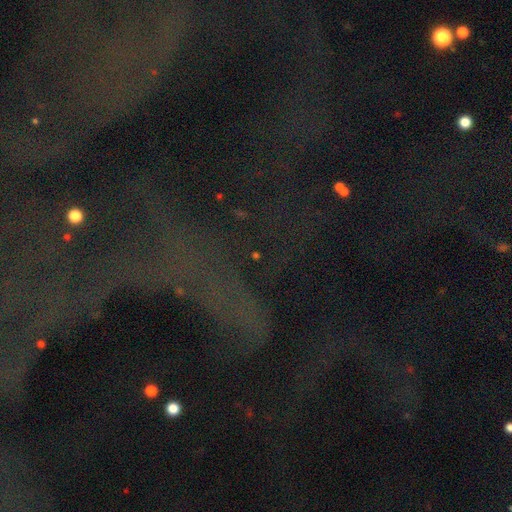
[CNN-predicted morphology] Q: Smooth or featured?
A: star or artifact (72%); runner-up: smooth (16%)